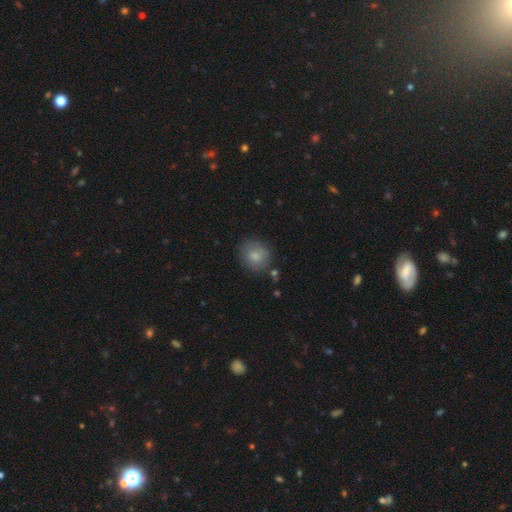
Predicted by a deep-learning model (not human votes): Smooth or featured? smooth (80%)
How rounded? round (79%)
Merging? none (77%)